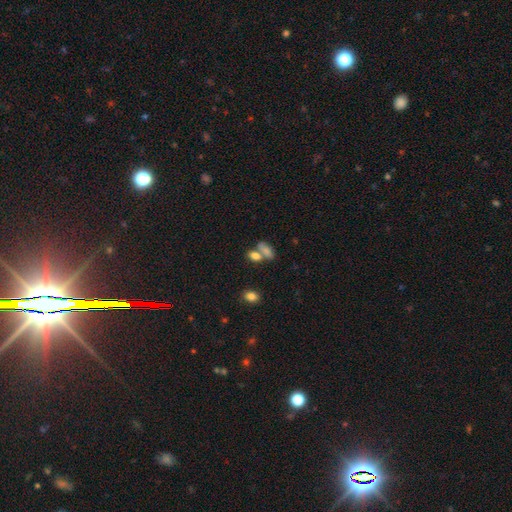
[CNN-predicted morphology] smooth 77%, featured or disk 12%, star or artifact 11%. Down the decision tree: how rounded — in between (80%); merging — merger (48%).